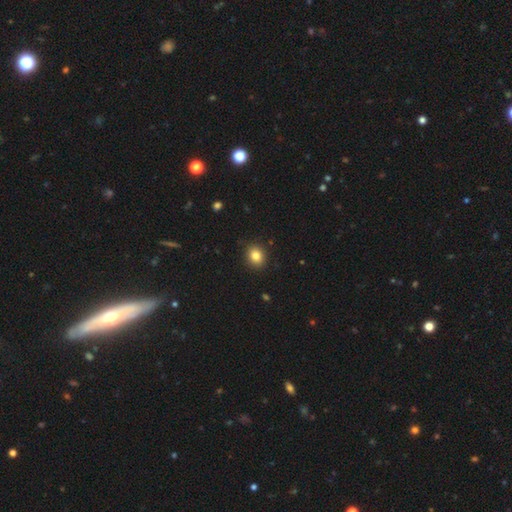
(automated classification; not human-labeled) The model was most divided on "how rounded": round: 64%, in between: 35%, cigar-shaped: 1%. More confident: merging — none (90%); smooth or featured — smooth (84%).